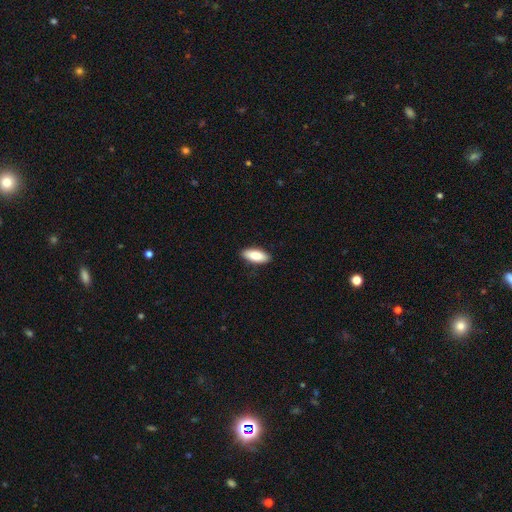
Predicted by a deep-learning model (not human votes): The model was most divided on "how rounded": in between: 81%, cigar-shaped: 17%, round: 2%. More confident: merging — none (89%); smooth or featured — smooth (87%).